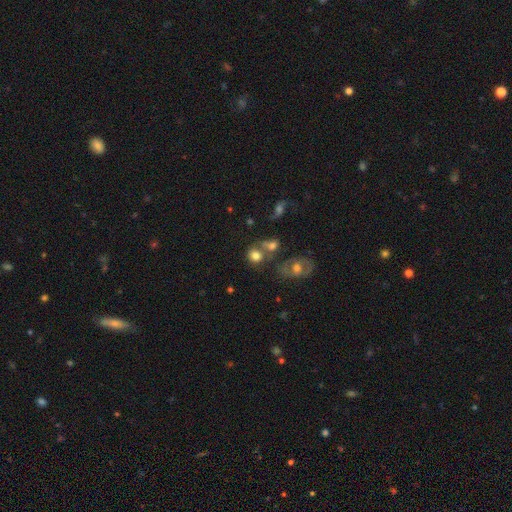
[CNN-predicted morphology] smooth_or_featured: smooth (p=0.73) [alt: featured or disk p=0.15]
how_rounded: round (p=0.70) [alt: in between p=0.29]
merging: none (p=0.49) [alt: merger p=0.29]